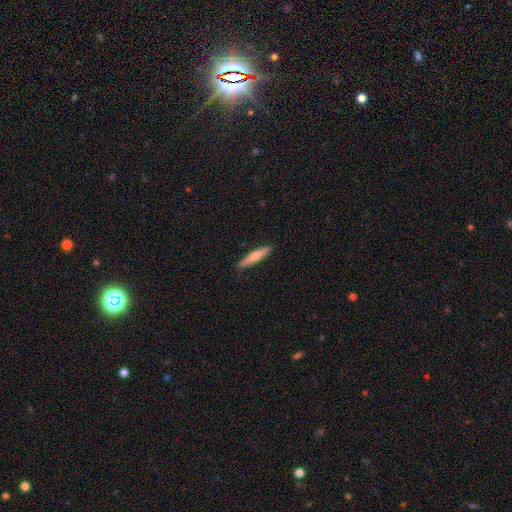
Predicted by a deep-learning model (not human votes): Smooth or featured? smooth (61%)
How rounded? cigar-shaped (92%)
Merging? none (91%)